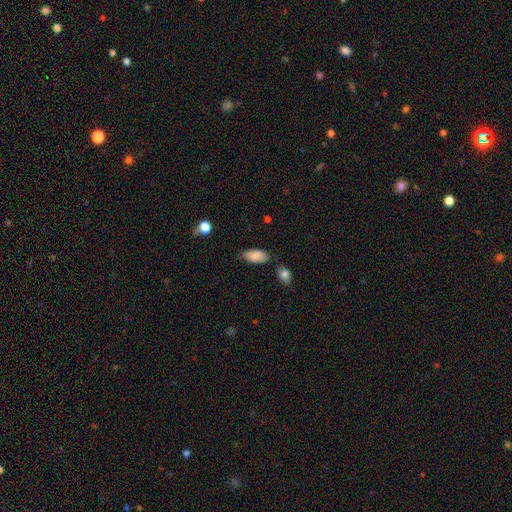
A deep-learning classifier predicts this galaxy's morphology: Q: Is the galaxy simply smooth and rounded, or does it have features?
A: smooth — 87%.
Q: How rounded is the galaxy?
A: in between — 92%.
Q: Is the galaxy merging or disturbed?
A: none — 71%.